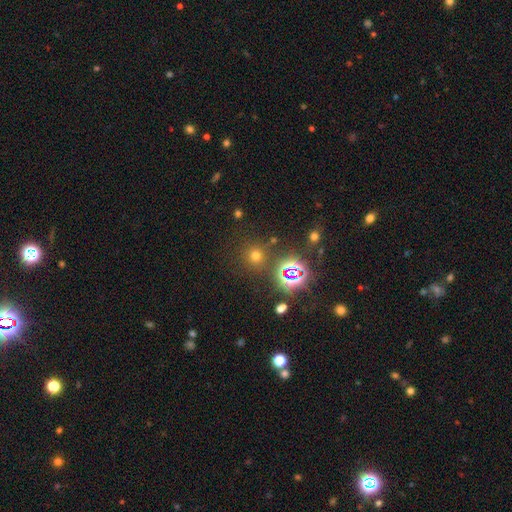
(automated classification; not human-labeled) Morphology: type=smooth (59%); roundness=round (92%); merging=none (83%).